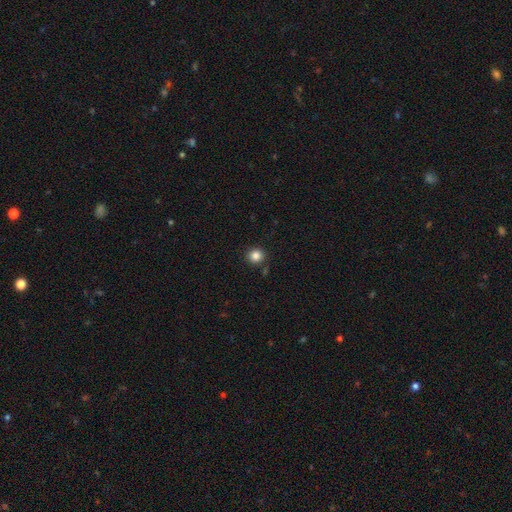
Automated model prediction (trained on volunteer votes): Smooth or featured?
  - smooth: 85% *
  - star or artifact: 11%
  - featured or disk: 4%
How rounded?
  - round: 90% *
  - in between: 10%
  - cigar-shaped: 1%
Merging?
  - none: 88% *
  - minor disturbance: 7%
  - merger: 3%
  - major disturbance: 2%